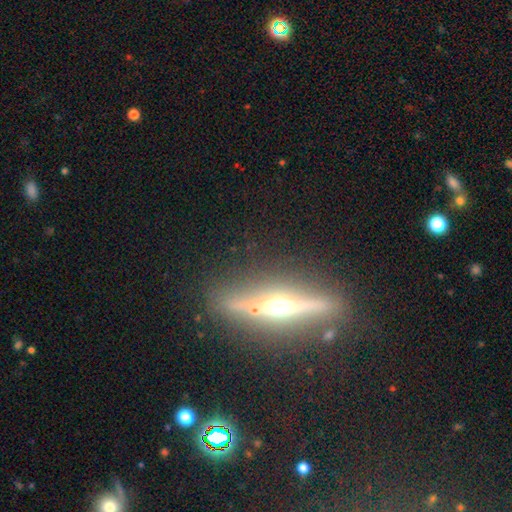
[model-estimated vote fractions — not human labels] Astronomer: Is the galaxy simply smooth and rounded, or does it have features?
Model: featured or disk — 80%.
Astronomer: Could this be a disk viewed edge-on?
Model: yes — 96%.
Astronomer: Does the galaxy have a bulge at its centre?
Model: rounded — 94%.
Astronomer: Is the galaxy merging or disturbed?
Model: none — 83%.